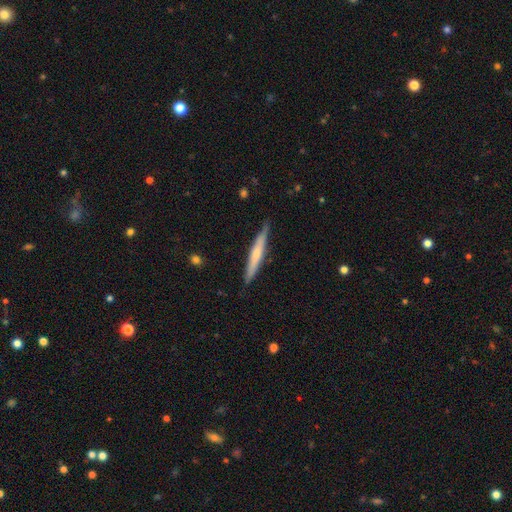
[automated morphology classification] Smooth or featured? Predicted: featured or disk (p=0.50). Edge-on disk? Predicted: yes (p=0.95). Merging? Predicted: none (p=0.86).